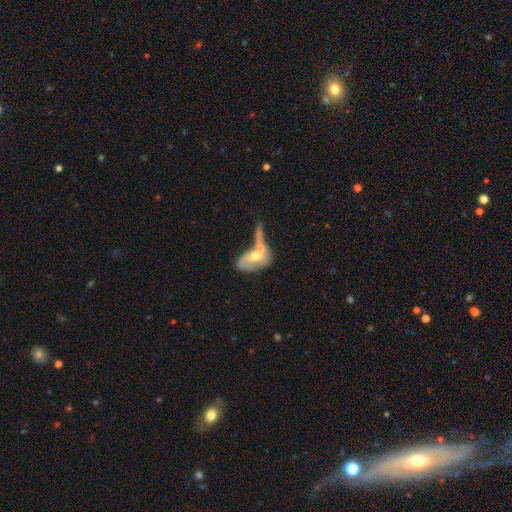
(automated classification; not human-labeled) Smooth or featured? featured or disk (57%)
Edge-on disk? no (88%)
Merging? merger (40%)